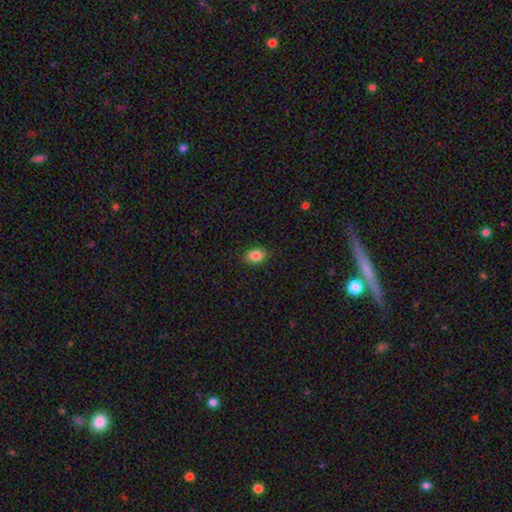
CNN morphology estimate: This appears to be a smooth galaxy with no disk features (86%) that is in between round and cigar-shaped (73%). Merging: none (88%).